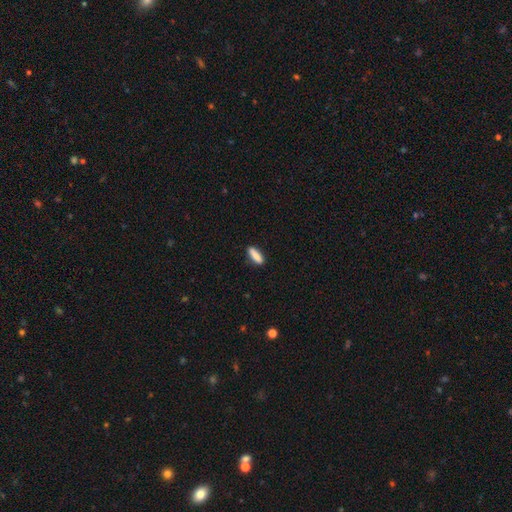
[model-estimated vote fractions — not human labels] Smooth or featured?
  - smooth: 85% *
  - featured or disk: 8%
  - star or artifact: 7%
How rounded?
  - cigar-shaped: 57% *
  - in between: 41%
  - round: 2%
Merging?
  - none: 86% *
  - minor disturbance: 10%
  - major disturbance: 2%
  - merger: 1%